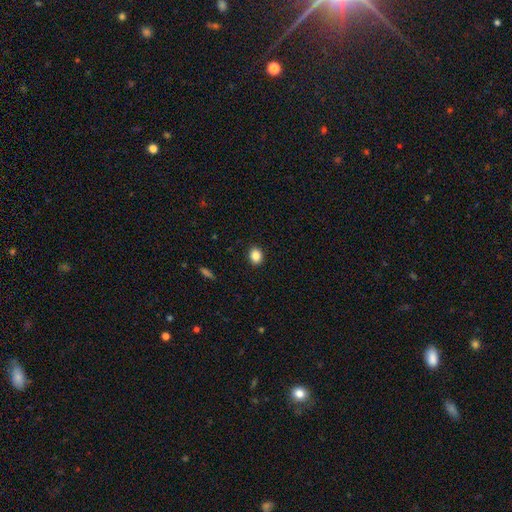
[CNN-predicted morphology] smooth-or-featured: smooth: 87% | star or artifact: 9% | featured or disk: 4%
  how-rounded: round: 53% | in between: 46% | cigar-shaped: 1%
  merging: none: 90% | minor disturbance: 7% | major disturbance: 2% | merger: 1%